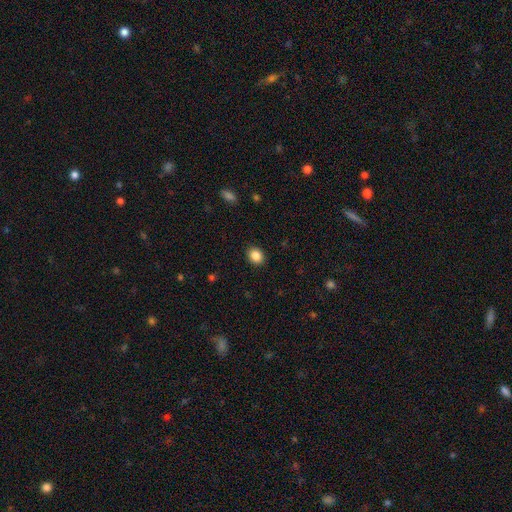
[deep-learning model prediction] Smooth or featured? Predicted: smooth (p=0.87). How rounded? Predicted: round (p=0.54). Merging? Predicted: none (p=0.90).